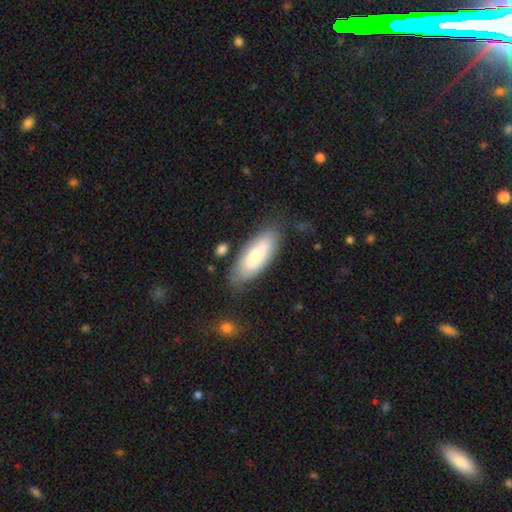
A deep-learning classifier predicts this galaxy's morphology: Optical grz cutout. It shows a smooth galaxy with no disk features (69%) that is in between round and cigar-shaped (74%). Merging: none (73%).